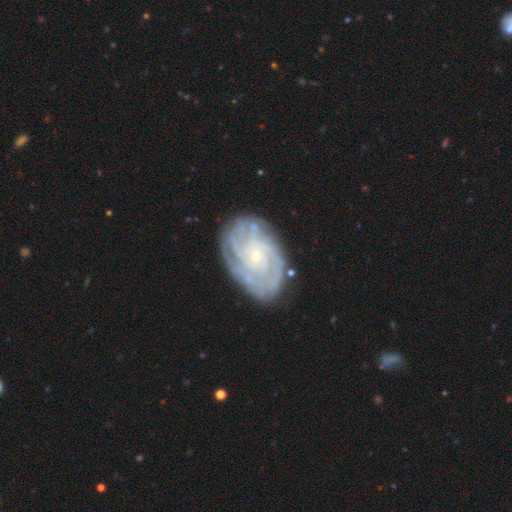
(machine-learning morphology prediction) Smooth or featured: featured or disk — 84% (smooth — 10%)
Edge-on disk: no — 97% (yes — 3%)
Bar: no — 76% (weak — 19%)
Spiral arms: yes — 94% (no — 6%)
Spiral winding: tight — 72% (medium — 22%)
Spiral arm count: can't tell — 34% (4 — 22%)
Bulge size: small — 84% (moderate — 13%)
Merging: none — 79% (minor disturbance — 15%)